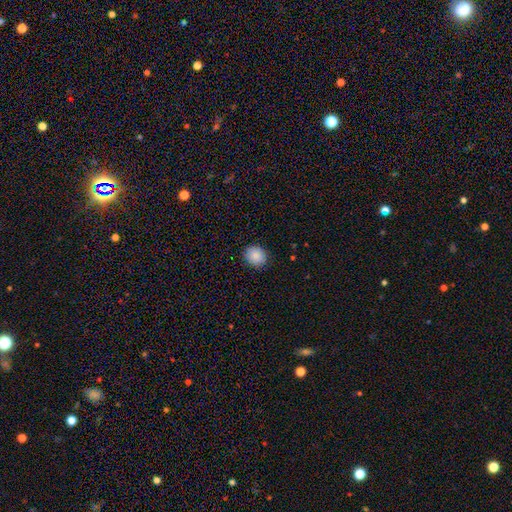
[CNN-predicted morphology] A smooth galaxy with no disk features (87%) that is round (73%). Merging: none (89%).